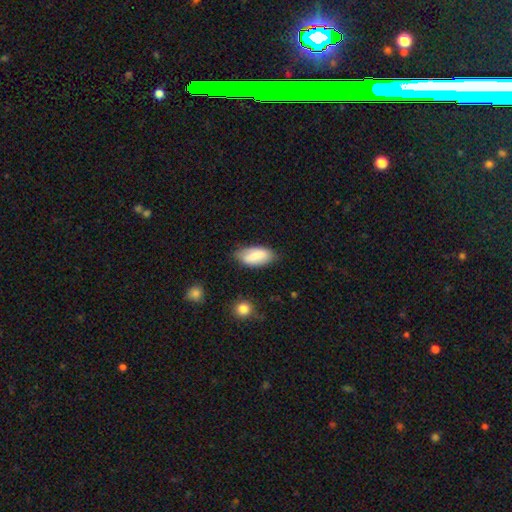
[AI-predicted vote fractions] This is clearly a smooth galaxy (81%). How rounded: clearly in between (92%). Merging: likely none (73%).